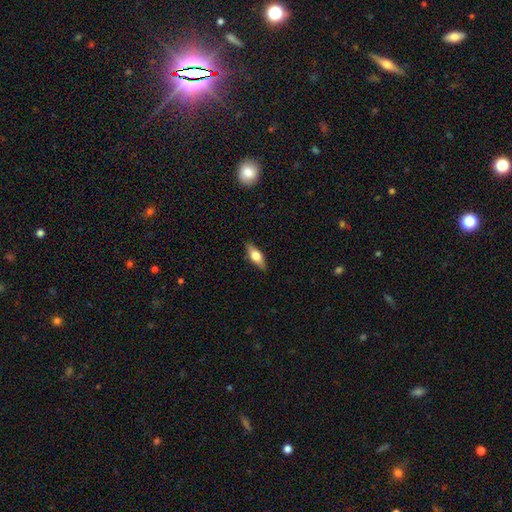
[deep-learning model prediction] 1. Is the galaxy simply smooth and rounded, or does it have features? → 55% smooth, 38% featured or disk, 7% star or artifact.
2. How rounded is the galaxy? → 66% in between, 30% cigar-shaped, 4% round.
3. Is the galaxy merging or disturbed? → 87% none, 10% minor disturbance, 2% major disturbance, 1% merger.